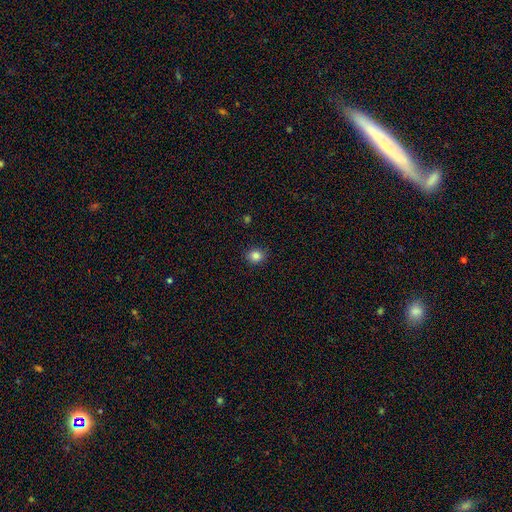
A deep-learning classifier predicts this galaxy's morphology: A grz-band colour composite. It shows a smooth galaxy with no disk features (84%) that is round (76%). Merging: none (91%).